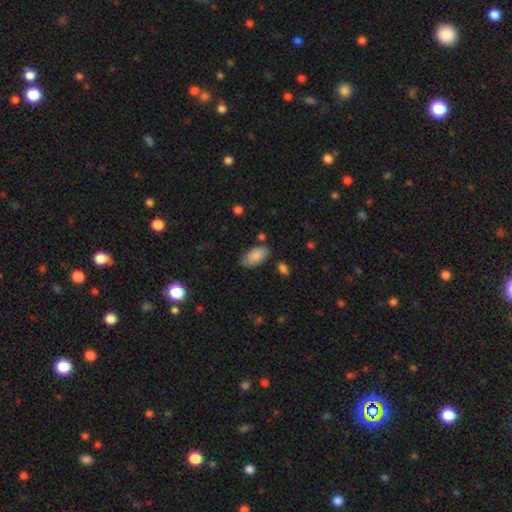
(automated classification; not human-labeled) Overall: smooth (86%). How rounded: in between (95%). Merging: none (72%).